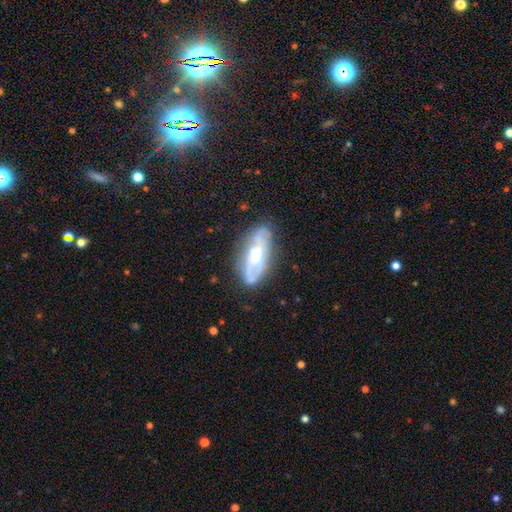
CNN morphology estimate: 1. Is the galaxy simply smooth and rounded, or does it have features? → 69% featured or disk, 24% smooth, 7% star or artifact.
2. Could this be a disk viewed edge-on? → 84% no, 16% yes.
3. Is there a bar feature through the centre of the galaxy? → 58% no, 31% weak, 11% strong.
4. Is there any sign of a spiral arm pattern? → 75% yes, 25% no.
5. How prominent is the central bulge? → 57% moderate, 29% small, 9% large, 3% none, 1% dominant.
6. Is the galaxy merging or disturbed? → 72% none, 19% minor disturbance, 7% major disturbance, 2% merger.